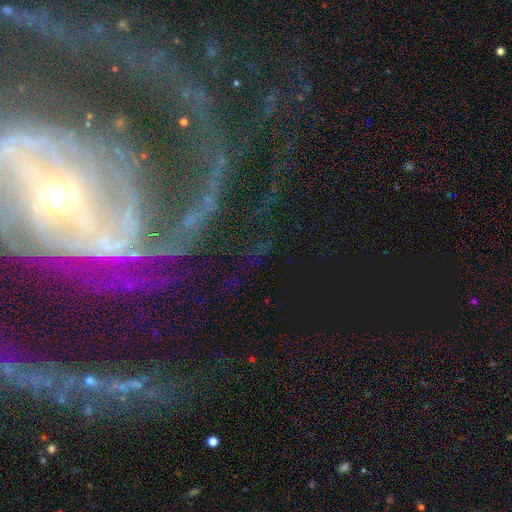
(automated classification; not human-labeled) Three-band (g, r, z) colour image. It shows a featured or disk galaxy (73%) with a strong bar (40%), 2 (34%) tight (48%) spiral arms (90%) and a small central bulge (60%). Merging: none (66%).